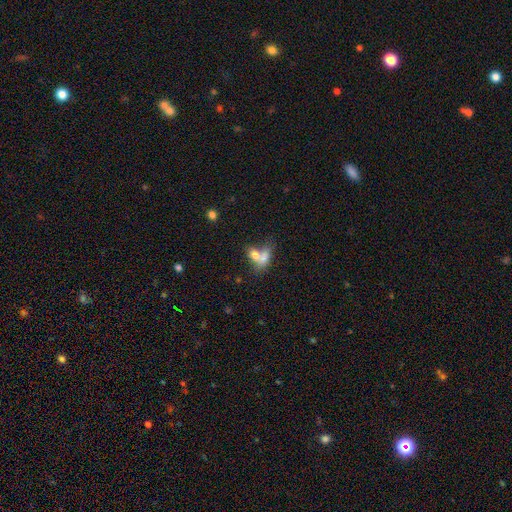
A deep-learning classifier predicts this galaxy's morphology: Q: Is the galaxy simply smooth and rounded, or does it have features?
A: smooth — 71%.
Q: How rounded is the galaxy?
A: in between — 75%.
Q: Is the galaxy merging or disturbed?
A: merger — 66%.